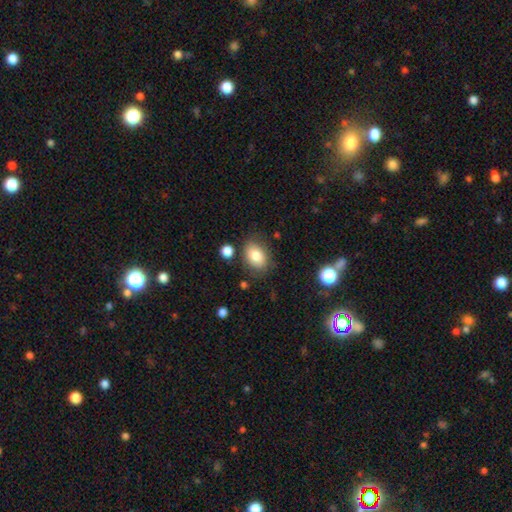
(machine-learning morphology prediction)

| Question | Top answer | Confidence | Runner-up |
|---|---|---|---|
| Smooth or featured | smooth | 81% | featured or disk (10%) |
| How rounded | in between | 74% | round (25%) |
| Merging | none | 75% | minor disturbance (16%) |